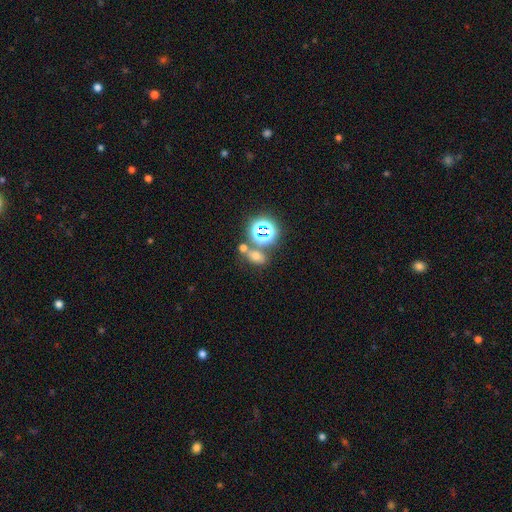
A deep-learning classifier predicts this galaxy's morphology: This appears to be a smooth galaxy with no disk features (56%) that is in between round and cigar-shaped (66%). Merging: none (60%).